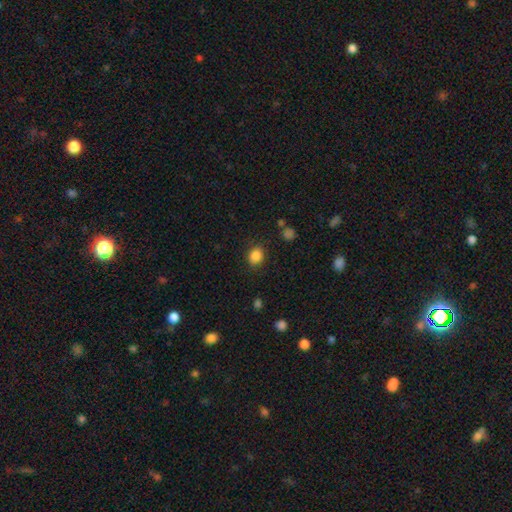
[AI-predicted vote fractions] A smooth galaxy with no disk features (86%) that is round (56%). Merging: none (85%).